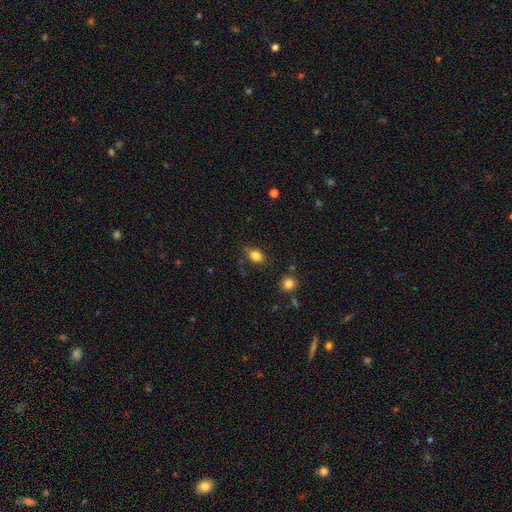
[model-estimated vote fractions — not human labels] Smooth or featured: smooth — 83% (star or artifact — 10%)
How rounded: in between — 73% (round — 24%)
Merging: none — 76% (minor disturbance — 18%)